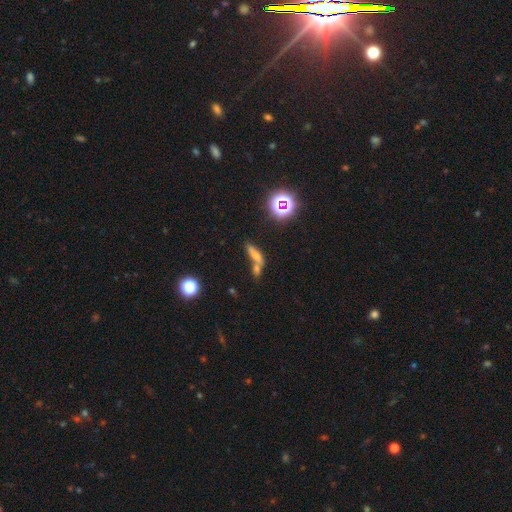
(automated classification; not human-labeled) A smooth galaxy with no disk features (50%) that is cigar-shaped (50%). Merging: merger (54%).